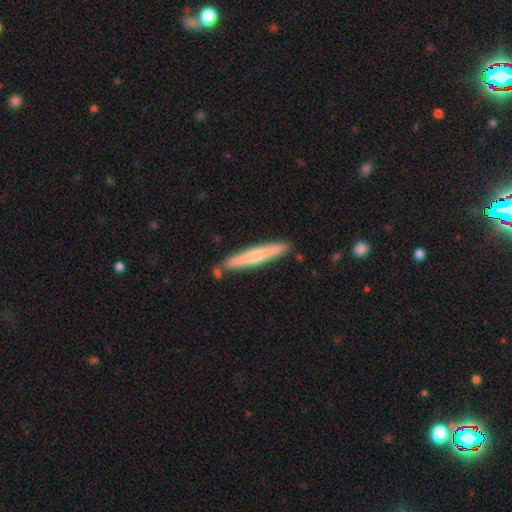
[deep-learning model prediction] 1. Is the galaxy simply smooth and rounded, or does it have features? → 56% smooth, 39% featured or disk, 5% star or artifact.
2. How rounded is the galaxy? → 95% cigar-shaped, 4% in between, 1% round.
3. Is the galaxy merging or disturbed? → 84% none, 10% minor disturbance, 4% merger, 2% major disturbance.